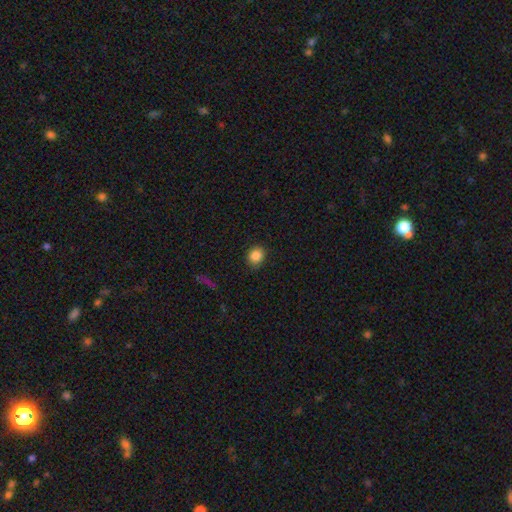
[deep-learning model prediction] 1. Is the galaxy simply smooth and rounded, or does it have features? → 86% smooth, 10% star or artifact, 4% featured or disk.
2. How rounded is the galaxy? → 73% round, 26% in between, 1% cigar-shaped.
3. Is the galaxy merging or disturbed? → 87% none, 9% minor disturbance, 2% major disturbance, 1% merger.